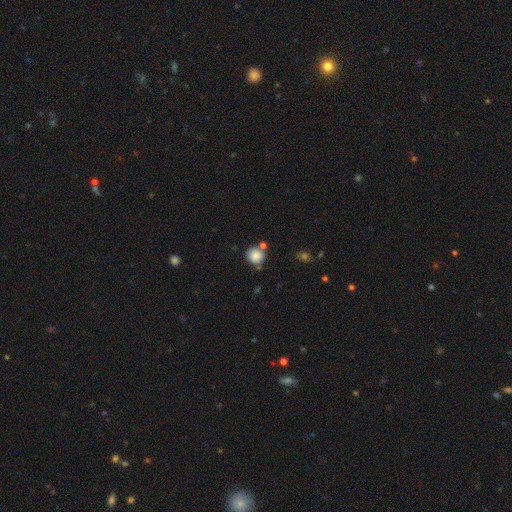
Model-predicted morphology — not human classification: The model was most divided on "merging": none: 67%, minor disturbance: 14%, merger: 14%, major disturbance: 4%. More confident: how rounded — round (86%); smooth or featured — smooth (84%).